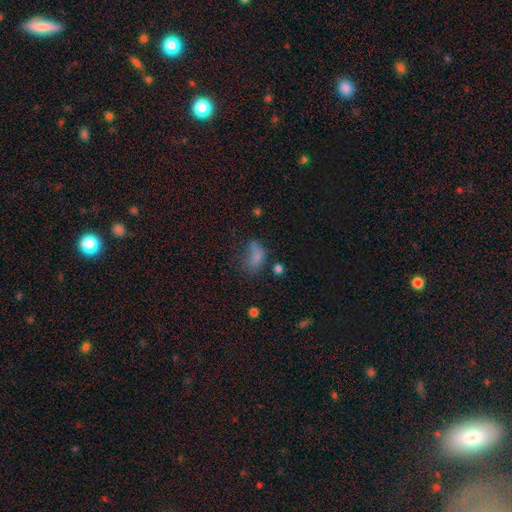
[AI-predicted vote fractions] Overall: smooth (66%). How rounded: in between (83%). Merging: major disturbance (37%; none 30%).